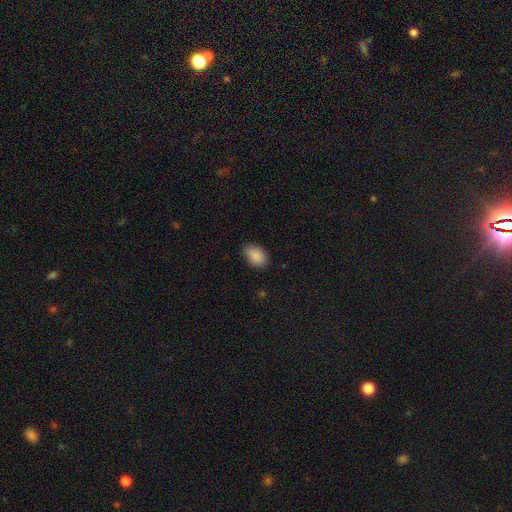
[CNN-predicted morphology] smooth-or-featured: smooth: 89% | star or artifact: 7% | featured or disk: 4%
  how-rounded: in between: 86% | round: 12% | cigar-shaped: 1%
  merging: none: 82% | minor disturbance: 14% | major disturbance: 3% | merger: 1%